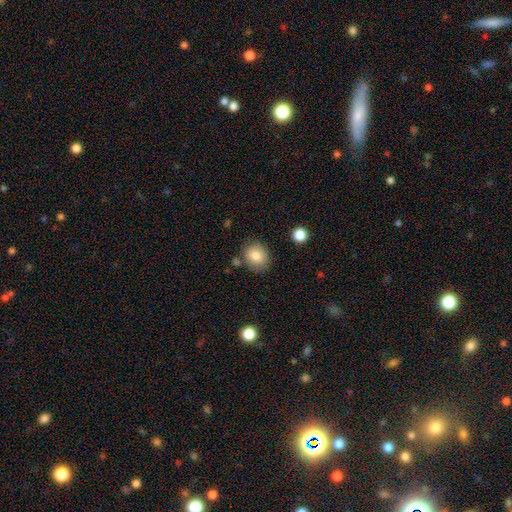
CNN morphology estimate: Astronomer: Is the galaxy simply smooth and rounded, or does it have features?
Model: smooth — 84%.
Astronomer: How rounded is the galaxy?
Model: round — 57% (runner-up: in between, 42%).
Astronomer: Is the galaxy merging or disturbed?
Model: none — 77%.